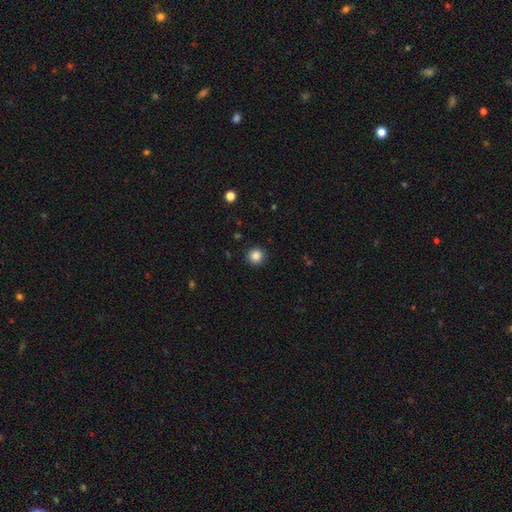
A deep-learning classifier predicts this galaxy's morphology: Smooth or featured: smooth — 85% (star or artifact — 11%)
How rounded: round — 95% (in between — 4%)
Merging: none — 92% (minor disturbance — 5%)